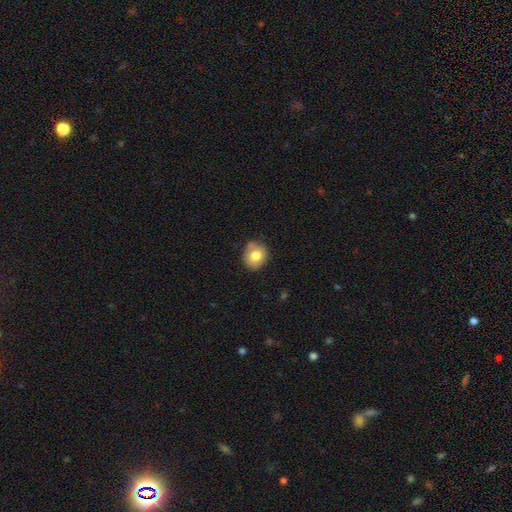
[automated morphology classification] smooth-or-featured: smooth: 78% | featured or disk: 13% | star or artifact: 9%
  how-rounded: round: 80% | in between: 19% | cigar-shaped: 1%
  merging: none: 71% | minor disturbance: 18% | merger: 7% | major disturbance: 4%